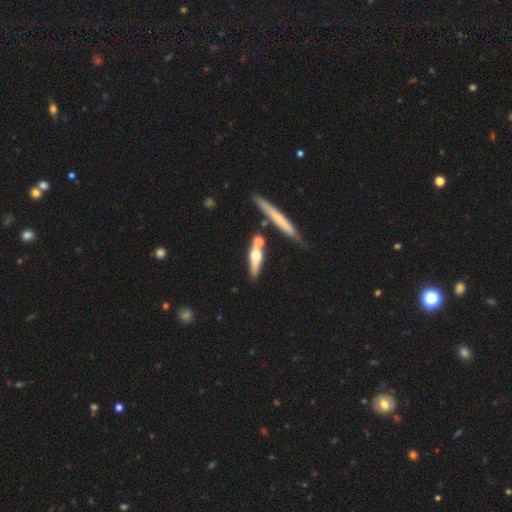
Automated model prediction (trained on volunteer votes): This is possibly a featured or disk galaxy (52%). It is clearly viewed edge-on (88%). Merging: likely none (61%).